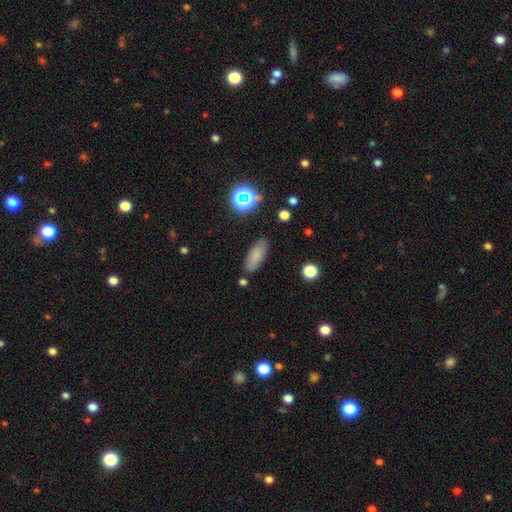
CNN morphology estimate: type=smooth (79%); roundness=in between (75%); merging=none (84%).